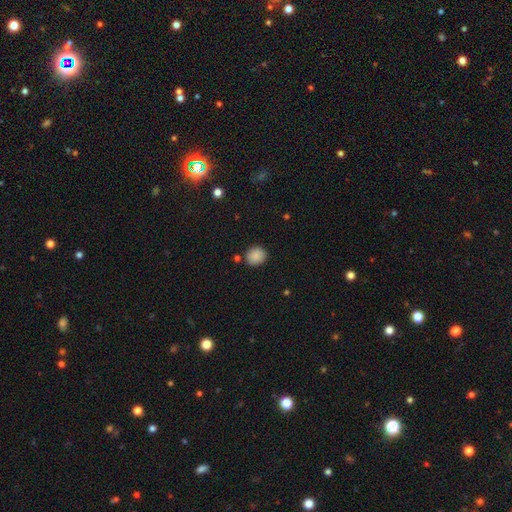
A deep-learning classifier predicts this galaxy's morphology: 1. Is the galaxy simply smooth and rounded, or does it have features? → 87% smooth, 9% star or artifact, 4% featured or disk.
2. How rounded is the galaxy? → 84% round, 15% in between, 1% cigar-shaped.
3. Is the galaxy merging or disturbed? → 86% none, 9% minor disturbance, 3% merger, 2% major disturbance.